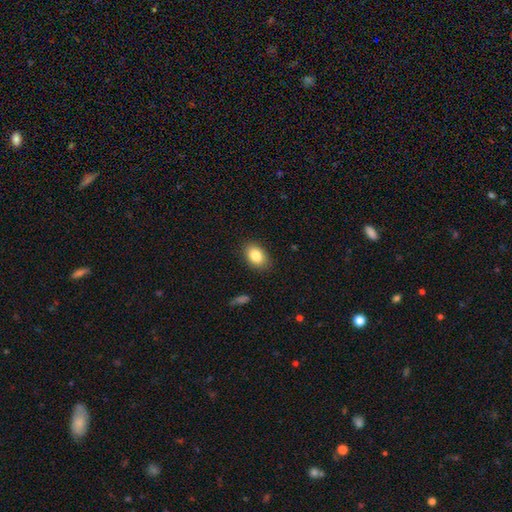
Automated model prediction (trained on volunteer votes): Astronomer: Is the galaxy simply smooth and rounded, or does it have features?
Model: smooth — 84%.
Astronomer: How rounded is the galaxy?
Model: in between — 82%.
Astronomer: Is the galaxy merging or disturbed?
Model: none — 87%.